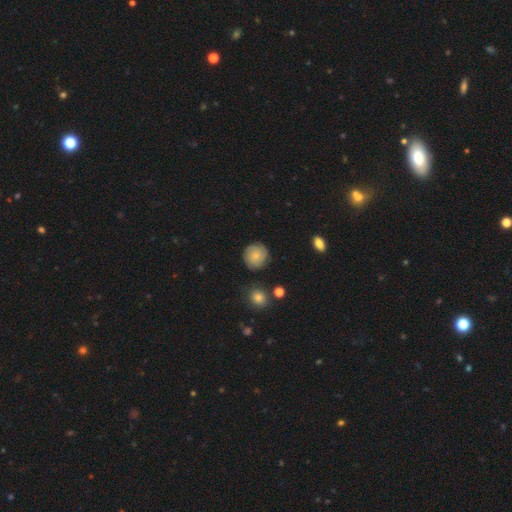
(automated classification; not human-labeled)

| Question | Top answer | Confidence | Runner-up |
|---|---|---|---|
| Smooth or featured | smooth | 63% | featured or disk (28%) |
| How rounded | round | 90% | in between (9%) |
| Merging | none | 81% | minor disturbance (13%) |